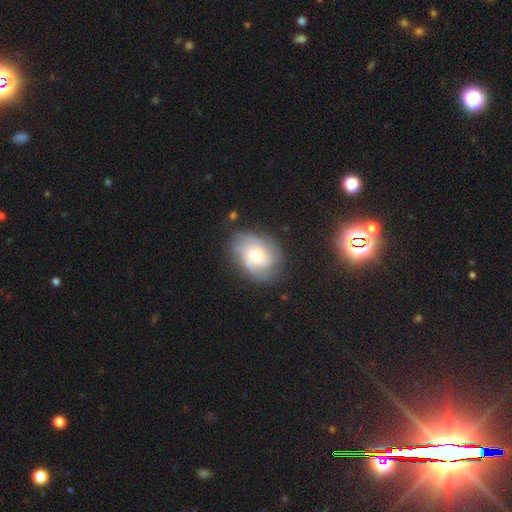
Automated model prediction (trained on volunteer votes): Overall: featured or disk (73%). Edge-on disk: no (97%). Bar: no (70%). Spiral arms: yes (94%). Spiral arm count: 3 (33%; can't tell 28%). Spiral winding: tight (50%; medium 37%). Bulge size: moderate (62%; small 27%). Merging: none (75%).